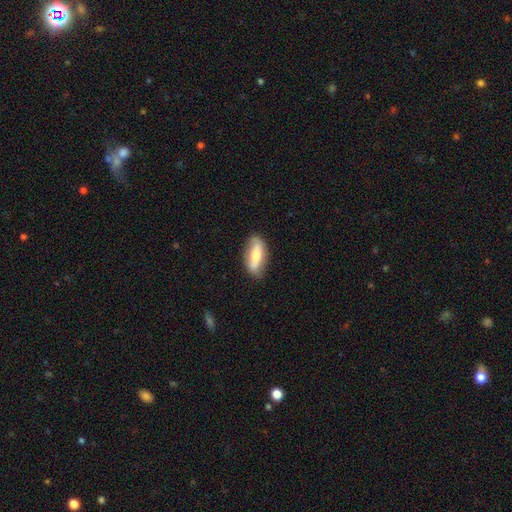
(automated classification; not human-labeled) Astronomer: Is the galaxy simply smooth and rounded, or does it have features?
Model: smooth — 60%.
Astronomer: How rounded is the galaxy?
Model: in between — 74%.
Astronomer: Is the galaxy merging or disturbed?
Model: none — 79%.